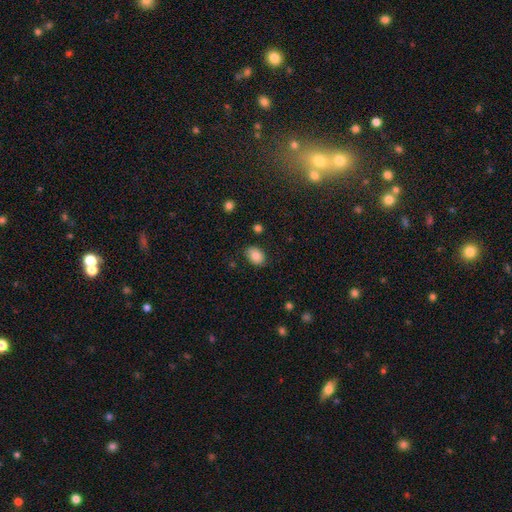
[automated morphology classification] Smooth or featured? Predicted: smooth (p=0.83). How rounded? Predicted: in between (p=0.79). Merging? Predicted: none (p=0.85).